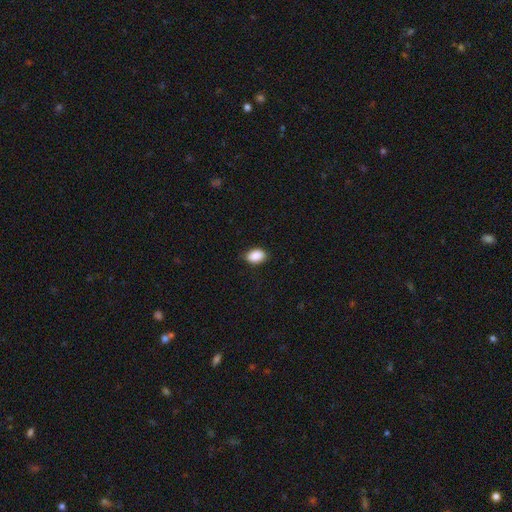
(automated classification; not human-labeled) Overall: smooth (89%). How rounded: in between (87%). Merging: none (83%).